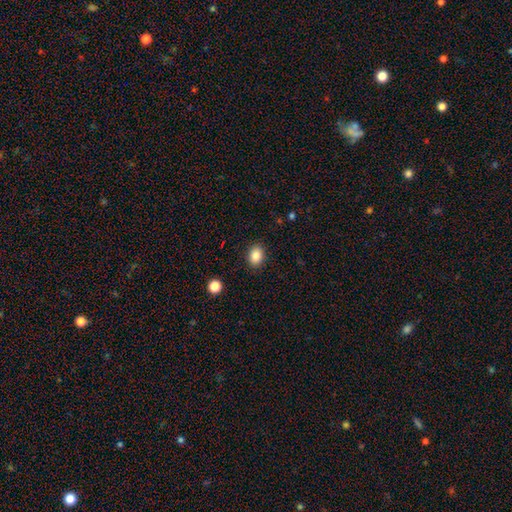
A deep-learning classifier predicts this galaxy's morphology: Smooth or featured? Predicted: smooth (p=0.86). How rounded? Predicted: in between (p=0.66). Merging? Predicted: none (p=0.89).